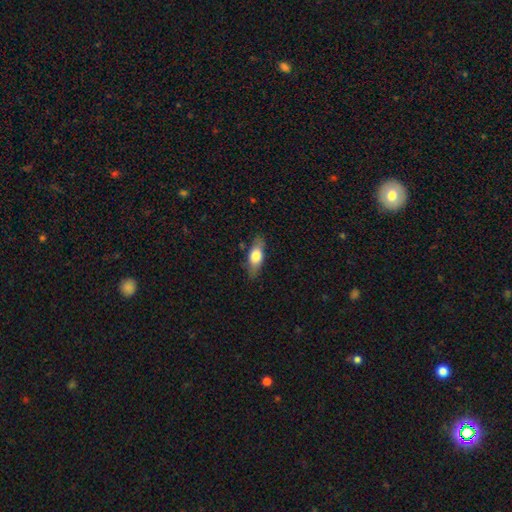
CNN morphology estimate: Q: Smooth or featured?
A: smooth (67%); runner-up: featured or disk (26%)
Q: How rounded?
A: in between (72%); runner-up: cigar-shaped (24%)
Q: Merging?
A: none (82%); runner-up: minor disturbance (14%)